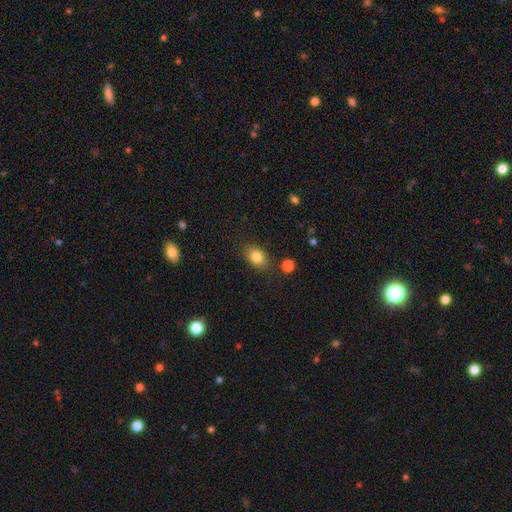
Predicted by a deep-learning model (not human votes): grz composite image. It shows a smooth galaxy with no disk features (82%) that is in between round and cigar-shaped (69%). Merging: none (81%).